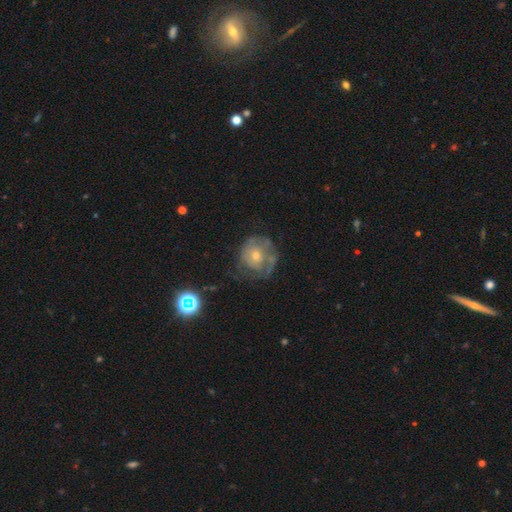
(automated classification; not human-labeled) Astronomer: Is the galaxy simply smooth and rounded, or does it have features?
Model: featured or disk — 66%.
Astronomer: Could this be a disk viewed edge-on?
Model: no — 97%.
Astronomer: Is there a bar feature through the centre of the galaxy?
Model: no — 81%.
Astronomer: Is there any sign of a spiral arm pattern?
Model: yes — 73%.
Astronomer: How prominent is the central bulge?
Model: small — 49% (runner-up: moderate, 46%).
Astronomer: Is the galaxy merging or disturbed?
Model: none — 57%.